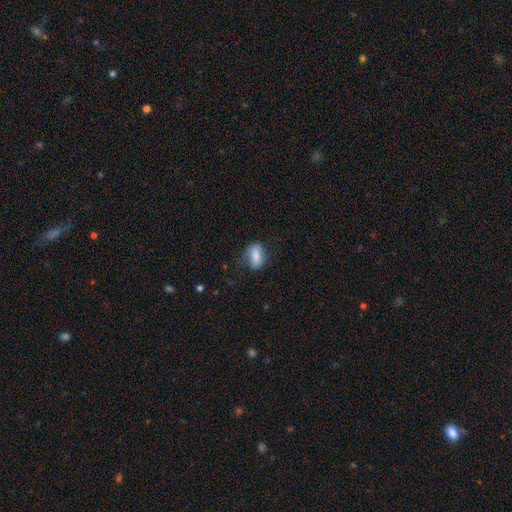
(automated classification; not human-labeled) A smooth galaxy with no disk features (79%) that is in between round and cigar-shaped (86%). Merging: none (61%).